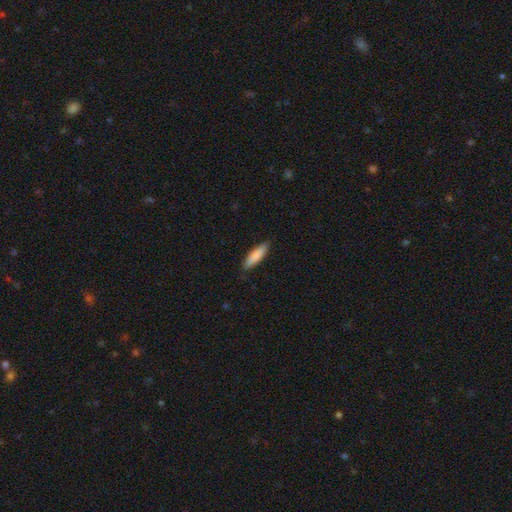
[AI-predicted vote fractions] Q: Smooth or featured?
A: smooth (84%); runner-up: featured or disk (11%)
Q: How rounded?
A: cigar-shaped (65%); runner-up: in between (34%)
Q: Merging?
A: none (85%); runner-up: minor disturbance (12%)